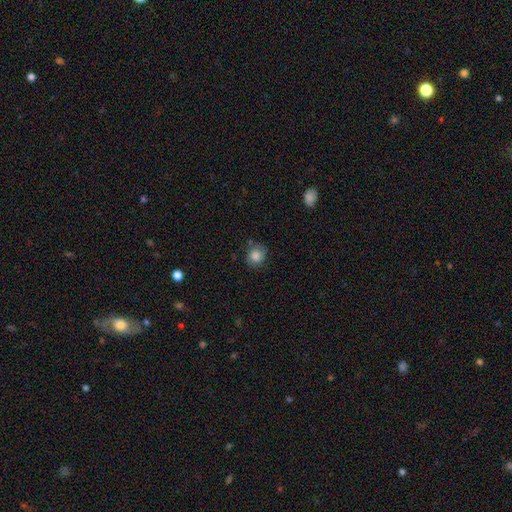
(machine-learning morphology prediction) A smooth galaxy with no disk features (73%) that is round (75%). Merging: none (72%).